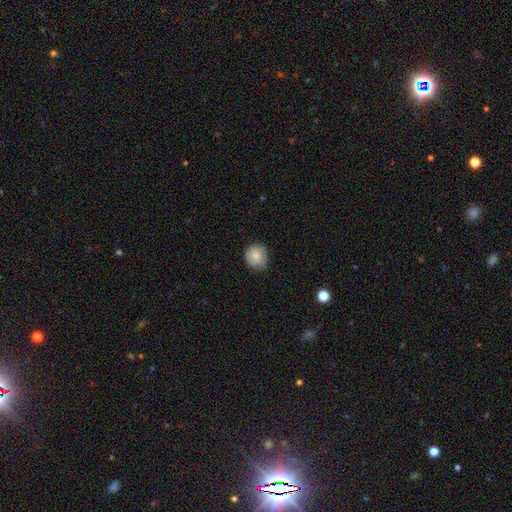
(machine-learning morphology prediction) smooth 81%, featured or disk 11%, star or artifact 7%. Down the decision tree: how rounded — round (81%); merging — none (70%).